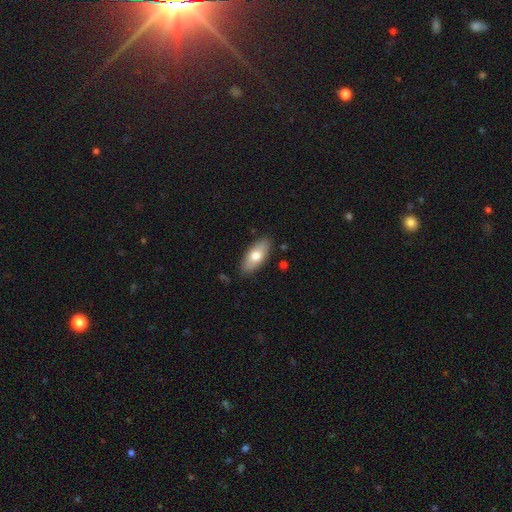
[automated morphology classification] This is likely a smooth galaxy (71%). How rounded: clearly in between (83%). Merging: clearly none (86%).